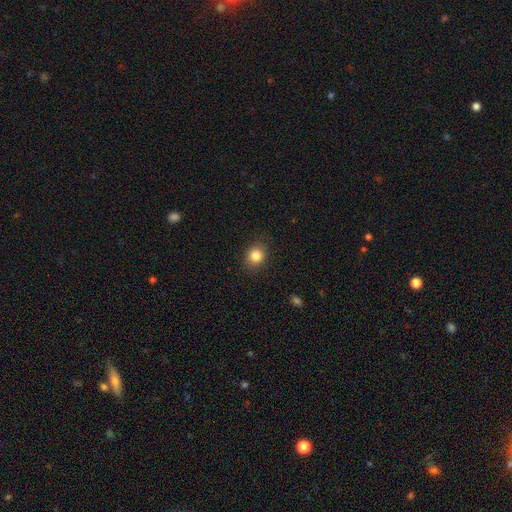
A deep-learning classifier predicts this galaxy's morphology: smooth_or_featured: smooth (p=0.84) [alt: star or artifact p=0.11]
how_rounded: round (p=0.67) [alt: in between p=0.32]
merging: none (p=0.86) [alt: minor disturbance p=0.10]